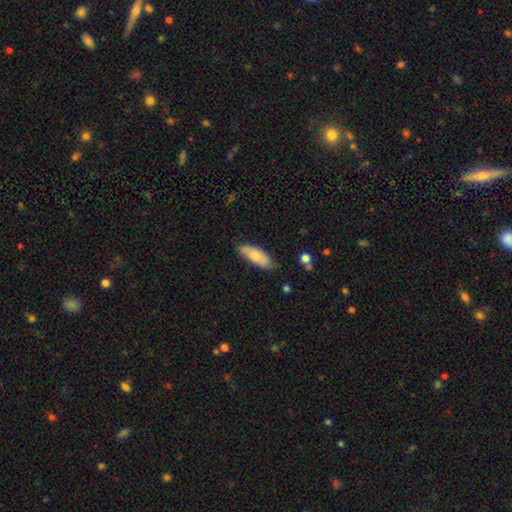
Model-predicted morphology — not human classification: Overall: smooth (80%). How rounded: in between (67%; cigar-shaped 31%). Merging: none (76%).